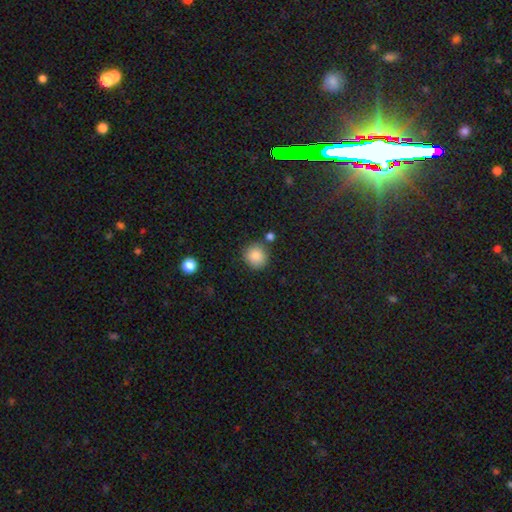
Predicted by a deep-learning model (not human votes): Q: Smooth or featured?
A: smooth (87%); runner-up: star or artifact (9%)
Q: How rounded?
A: round (90%); runner-up: in between (9%)
Q: Merging?
A: none (79%); runner-up: minor disturbance (11%)